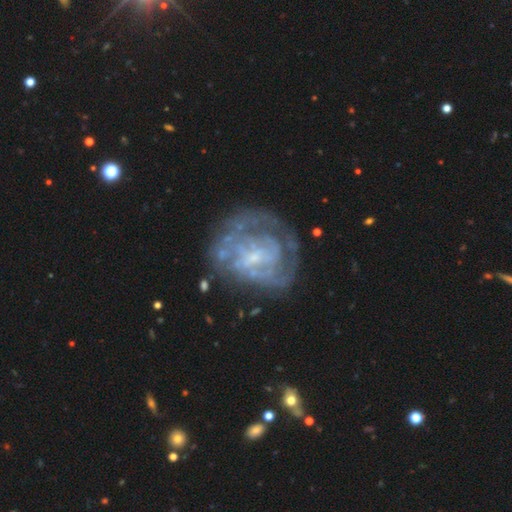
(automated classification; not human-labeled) Smooth or featured?
  - featured or disk: 77% *
  - smooth: 13%
  - star or artifact: 10%
Edge-on disk?
  - no: 97% *
  - yes: 3%
Bar?
  - weak: 45% *
  - no: 40%
  - strong: 15%
Spiral arms?
  - yes: 72% *
  - no: 28%
Spiral winding?
  - tight: 57% *
  - medium: 30%
  - loose: 12%
Spiral arm count?
  - can't tell: 52% *
  - 2: 19%
  - 3: 12%
  - 1: 7%
  - 4: 6%
  - more than 4: 4%
Bulge size?
  - small: 58% *
  - none: 21%
  - moderate: 18%
  - large: 2%
  - dominant: 1%
Merging?
  - none: 61% *
  - minor disturbance: 19%
  - major disturbance: 16%
  - merger: 3%